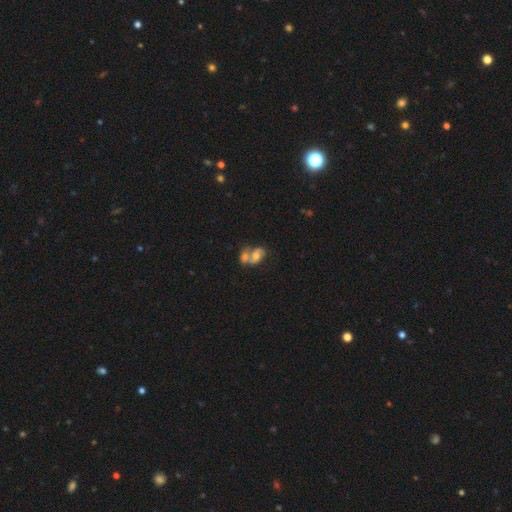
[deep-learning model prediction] A featured or disk galaxy (55%) with no bar (68%), spiral arms (68%) and a moderate central bulge (57%). Merging: merger (68%).